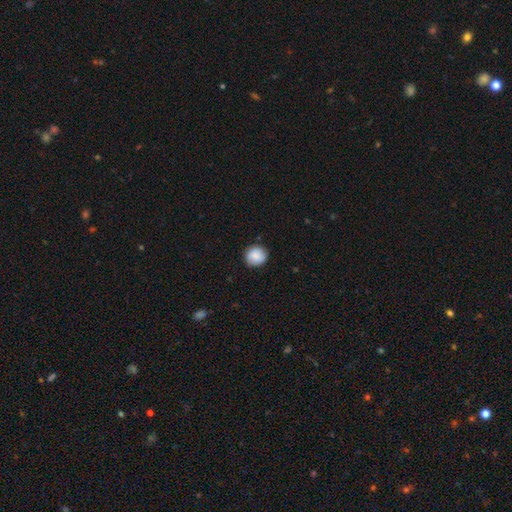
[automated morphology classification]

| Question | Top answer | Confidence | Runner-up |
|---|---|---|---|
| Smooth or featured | smooth | 87% | star or artifact (7%) |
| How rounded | round | 90% | in between (9%) |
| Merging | none | 87% | minor disturbance (10%) |